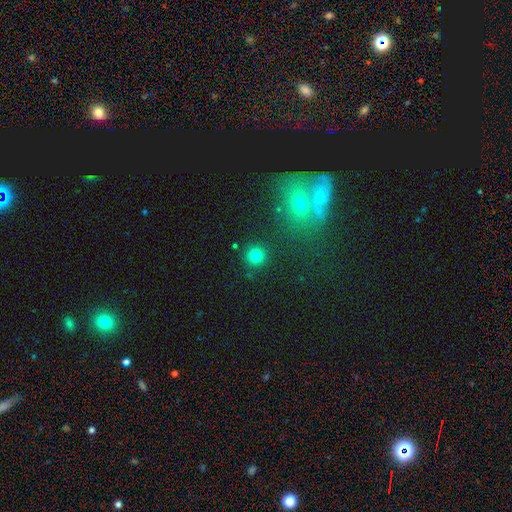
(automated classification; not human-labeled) smooth-or-featured: smooth: 80% | star or artifact: 14% | featured or disk: 6%
  how-rounded: round: 94% | in between: 5% | cigar-shaped: 1%
  merging: none: 87% | minor disturbance: 6% | merger: 4% | major disturbance: 3%